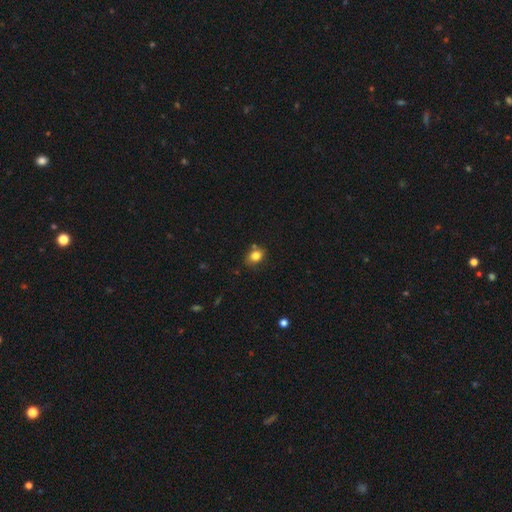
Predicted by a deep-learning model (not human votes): smooth-or-featured: smooth: 82% | star or artifact: 11% | featured or disk: 8%
  how-rounded: in between: 60% | round: 39% | cigar-shaped: 1%
  merging: none: 70% | minor disturbance: 18% | merger: 8% | major disturbance: 4%